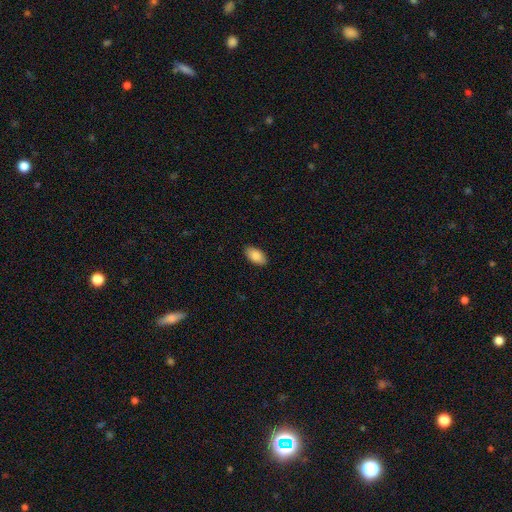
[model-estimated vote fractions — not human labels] smooth-or-featured: smooth: 87% | star or artifact: 7% | featured or disk: 7%
  how-rounded: in between: 94% | round: 3% | cigar-shaped: 3%
  merging: none: 89% | minor disturbance: 8% | major disturbance: 2% | merger: 1%